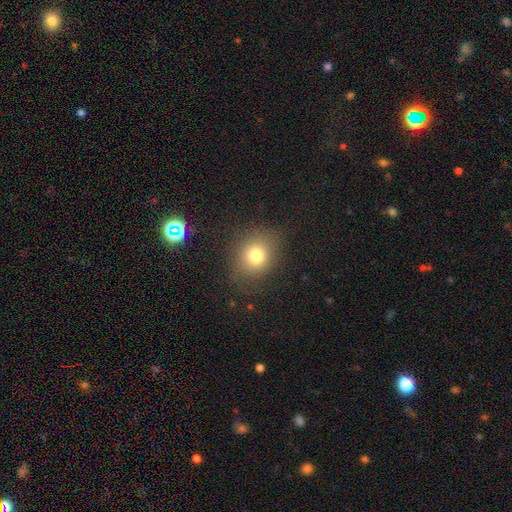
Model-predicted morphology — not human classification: Q: Smooth or featured?
A: smooth (76%); runner-up: star or artifact (14%)
Q: How rounded?
A: round (67%); runner-up: in between (32%)
Q: Merging?
A: none (81%); runner-up: minor disturbance (12%)